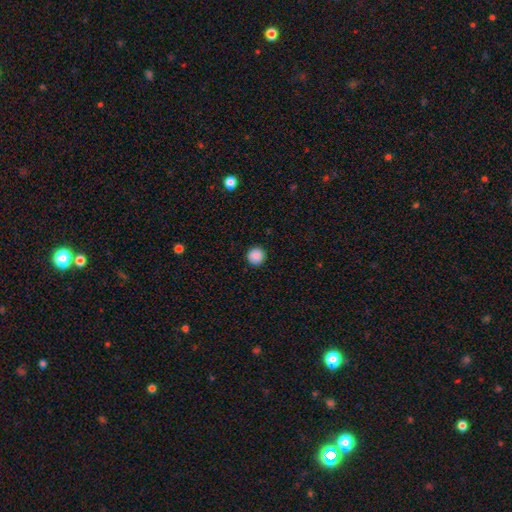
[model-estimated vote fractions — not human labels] smooth 89%, star or artifact 9%, featured or disk 3%. Down the decision tree: how rounded — round (96%); merging — none (93%).